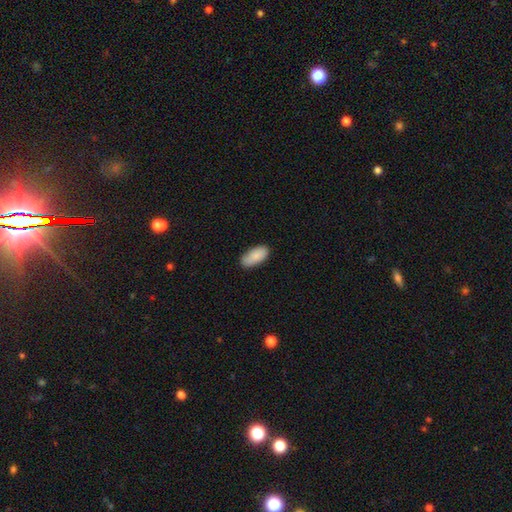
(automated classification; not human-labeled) smooth-or-featured: smooth: 87% | featured or disk: 7% | star or artifact: 6%
  how-rounded: in between: 92% | cigar-shaped: 6% | round: 2%
  merging: none: 81% | minor disturbance: 15% | major disturbance: 2% | merger: 1%